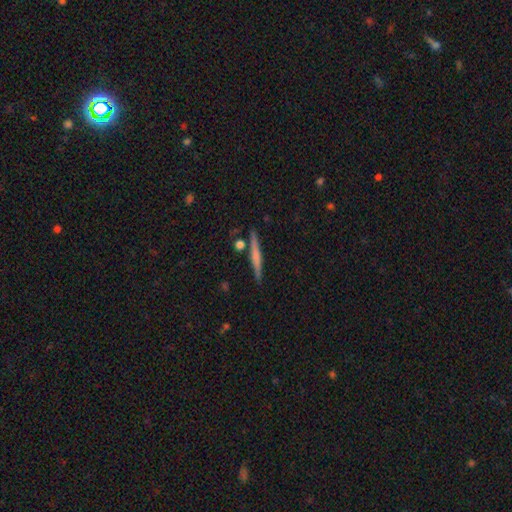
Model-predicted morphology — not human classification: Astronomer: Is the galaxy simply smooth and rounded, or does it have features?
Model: featured or disk — 52% (runner-up: smooth, 42%).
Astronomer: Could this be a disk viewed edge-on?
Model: yes — 97%.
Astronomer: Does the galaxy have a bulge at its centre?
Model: none — 44% (runner-up: rounded, 42%).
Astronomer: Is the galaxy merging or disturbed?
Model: none — 87%.